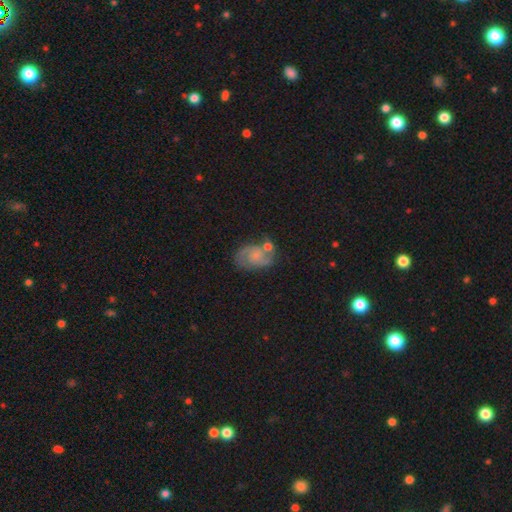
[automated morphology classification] type=featured or disk (71%); edge-on=no (98%); bar=no (68%); spiral arms=yes (93%); winding=medium (51%); arm count=2 (85%); bulge=small (54%); merging=none (52%).